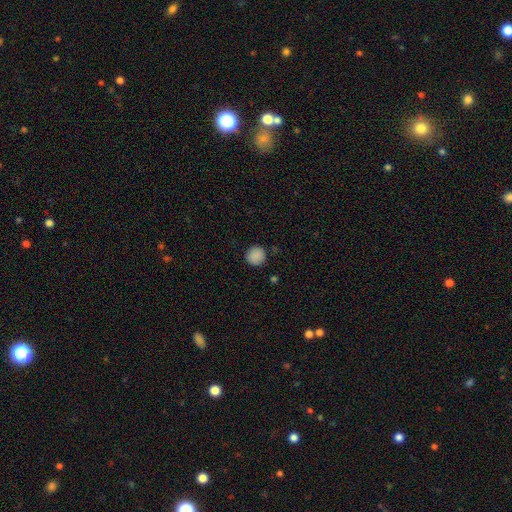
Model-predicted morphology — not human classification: type=smooth (88%); roundness=round (93%); merging=none (88%).